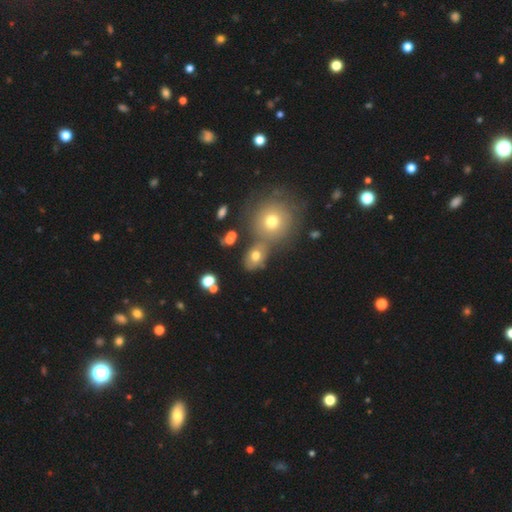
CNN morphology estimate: This is likely a smooth galaxy (65%). How rounded: possibly in between (56%). Merging: possibly none (49%).